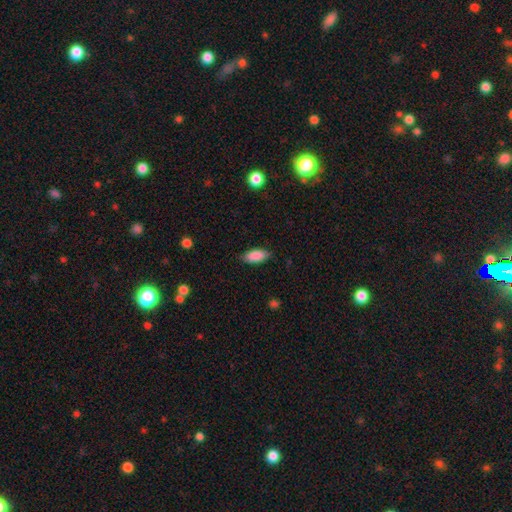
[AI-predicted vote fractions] smooth 88%, star or artifact 6%, featured or disk 5%. Down the decision tree: how rounded — in between (87%); merging — none (85%).